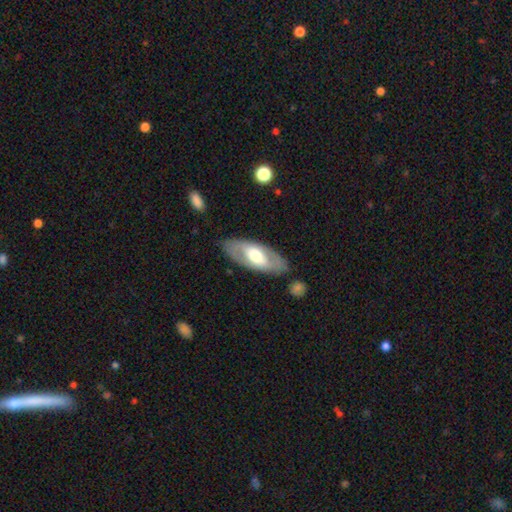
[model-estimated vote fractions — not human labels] Smooth or featured: featured or disk — 55% (smooth — 40%)
Edge-on disk: no — 81% (yes — 19%)
Merging: none — 83% (minor disturbance — 11%)